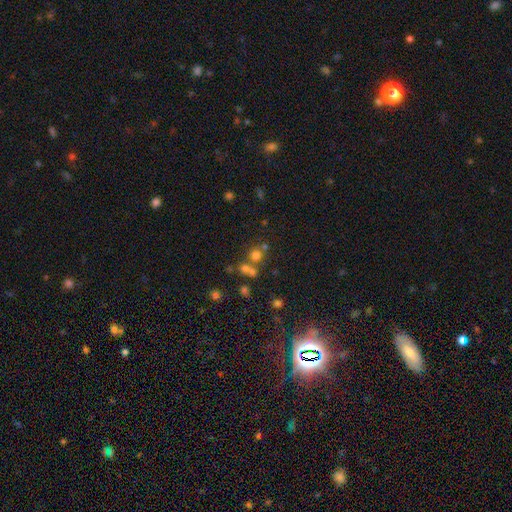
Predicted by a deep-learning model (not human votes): Smooth or featured?
  - smooth: 64% *
  - star or artifact: 24%
  - featured or disk: 12%
How rounded?
  - round: 87% *
  - in between: 12%
  - cigar-shaped: 1%
Merging?
  - none: 55% *
  - merger: 33%
  - minor disturbance: 7%
  - major disturbance: 4%